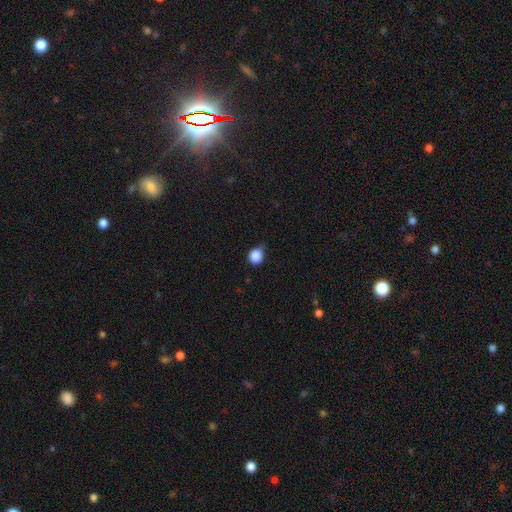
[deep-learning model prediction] Overall: smooth (86%). How rounded: round (83%). Merging: none (52%; minor disturbance 39%).